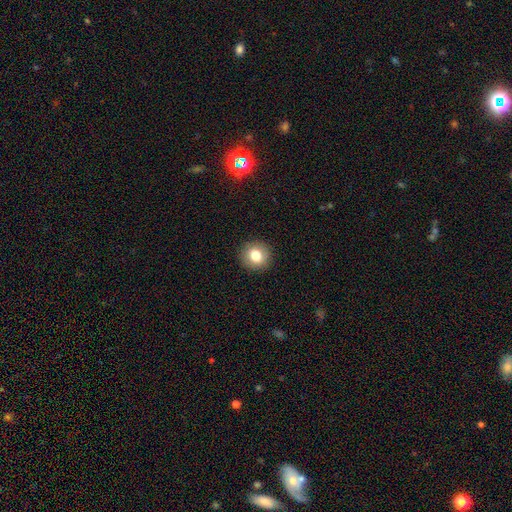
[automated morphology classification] The model was most divided on "smooth or featured": smooth: 80%, featured or disk: 10%, star or artifact: 10%. More confident: merging — none (92%); how rounded — round (91%).